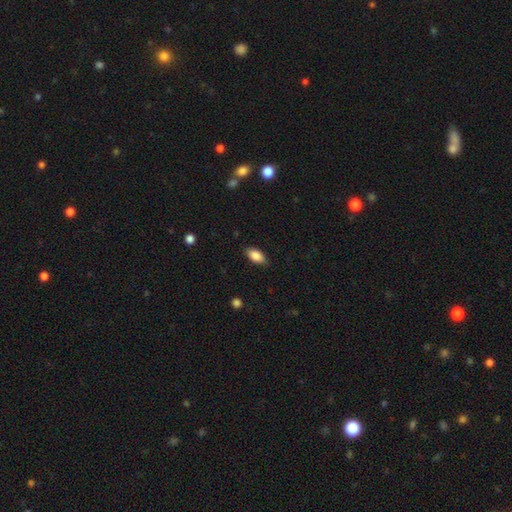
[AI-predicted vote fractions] smooth_or_featured: smooth (p=0.86) [alt: star or artifact p=0.07]
how_rounded: in between (p=0.91) [alt: cigar-shaped p=0.05]
merging: none (p=0.84) [alt: minor disturbance p=0.12]